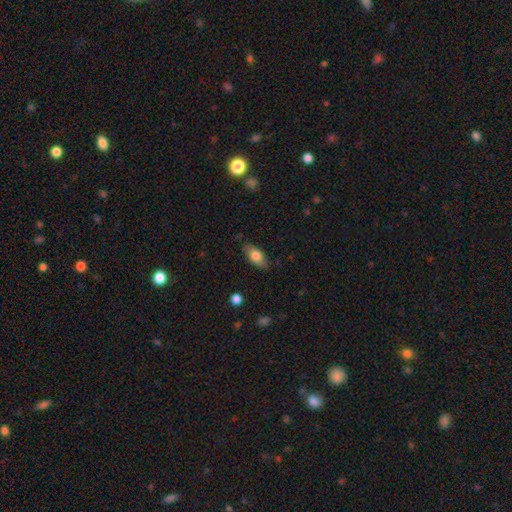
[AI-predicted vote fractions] A smooth galaxy with no disk features (74%) that is in between round and cigar-shaped (85%).

Vote fractions:
- Smooth or featured? smooth: 74% / featured or disk: 19% / star or artifact: 7%
- How rounded? in between: 85% / cigar-shaped: 11% / round: 4%
- Merging? none: 82% / minor disturbance: 14% / major disturbance: 3% / merger: 1%